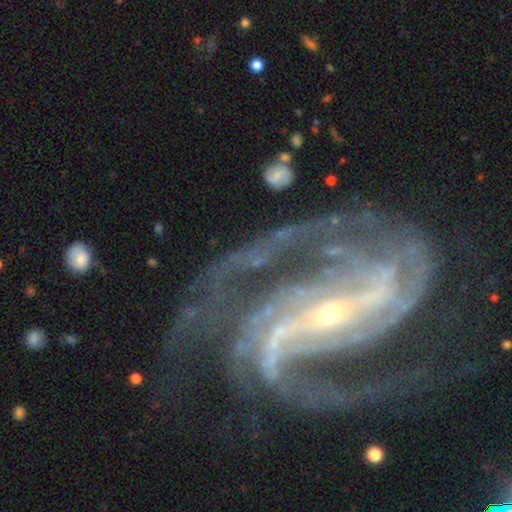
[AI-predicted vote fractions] A featured or disk galaxy (93%) with a strong bar (69%), 2 (51%) medium (55%) spiral arms (98%) and a small central bulge (83%).

Vote fractions:
- Smooth or featured? featured or disk: 93% / star or artifact: 5% / smooth: 2%
- Edge-on disk? no: 97% / yes: 3%
- Bar? strong: 69% / weak: 21% / no: 10%
- Spiral arms? yes: 98% / no: 2%
- Spiral winding? medium: 55% / tight: 26% / loose: 18%
- Spiral arm count? 2: 51% / 3: 18% / 4: 9% / can't tell: 9% / more than 4: 7% / 1: 7%
- Bulge size? small: 83% / moderate: 13% / large: 1% / none: 1% / dominant: 1%
- Merging? none: 60% / major disturbance: 19% / minor disturbance: 18% / merger: 3%